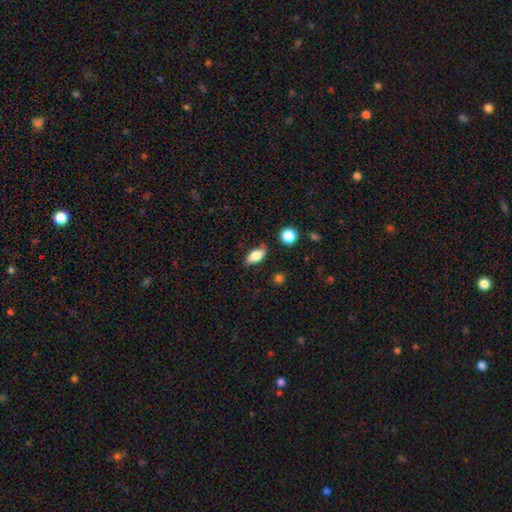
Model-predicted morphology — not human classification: Smooth or featured? Predicted: smooth (p=0.75). How rounded? Predicted: in between (p=0.85). Merging? Predicted: none (p=0.75).